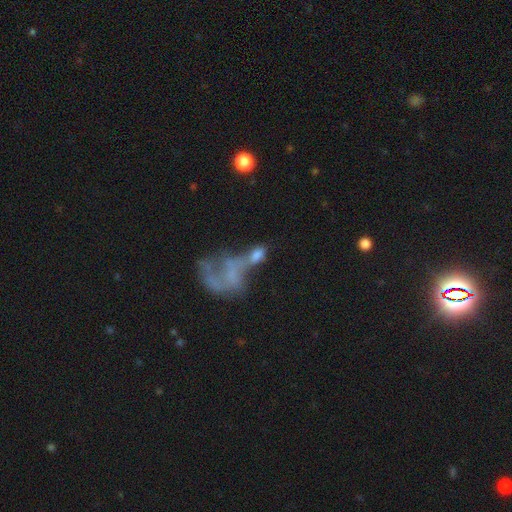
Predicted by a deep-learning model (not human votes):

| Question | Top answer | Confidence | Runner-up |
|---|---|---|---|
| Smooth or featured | featured or disk | 42% | smooth (41%) |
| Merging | merger | 49% | major disturbance (25%) |